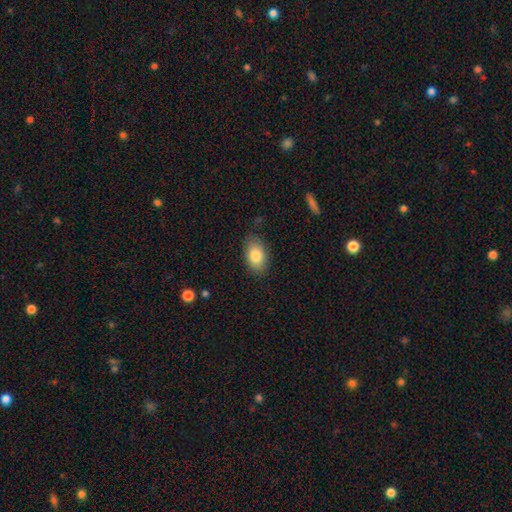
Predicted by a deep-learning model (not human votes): smooth-or-featured: smooth: 82% | featured or disk: 10% | star or artifact: 7%
  how-rounded: in between: 89% | round: 10% | cigar-shaped: 1%
  merging: none: 81% | minor disturbance: 14% | major disturbance: 3% | merger: 1%